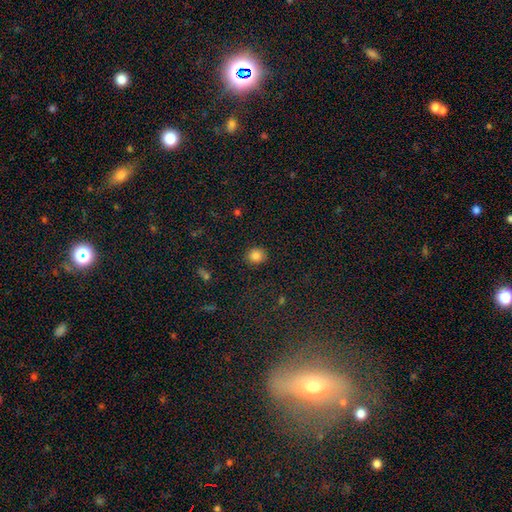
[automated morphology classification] type=smooth (84%); roundness=round (79%); merging=none (90%).